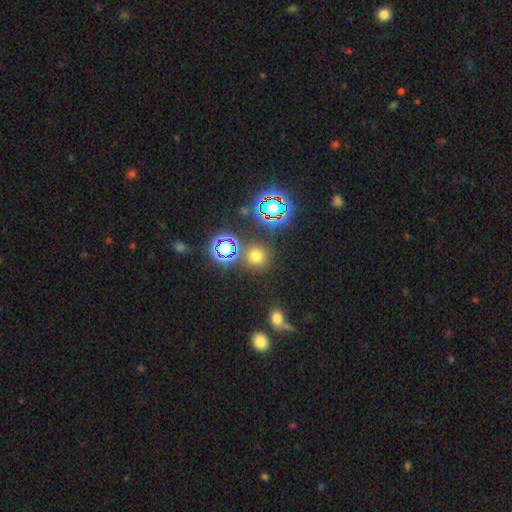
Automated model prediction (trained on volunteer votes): Smooth or featured?
  - smooth: 62% *
  - star or artifact: 31%
  - featured or disk: 7%
How rounded?
  - round: 91% *
  - in between: 8%
  - cigar-shaped: 1%
Merging?
  - none: 82% *
  - merger: 8%
  - minor disturbance: 7%
  - major disturbance: 3%